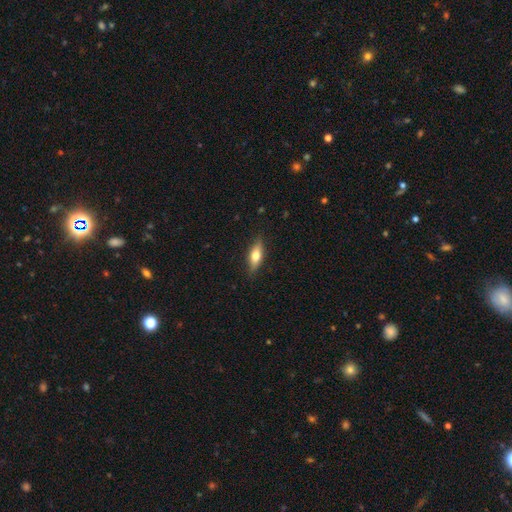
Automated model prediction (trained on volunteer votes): Smooth or featured?
  - smooth: 59% *
  - featured or disk: 34%
  - star or artifact: 7%
How rounded?
  - in between: 60% *
  - cigar-shaped: 36%
  - round: 4%
Merging?
  - none: 86% *
  - minor disturbance: 11%
  - major disturbance: 2%
  - merger: 1%